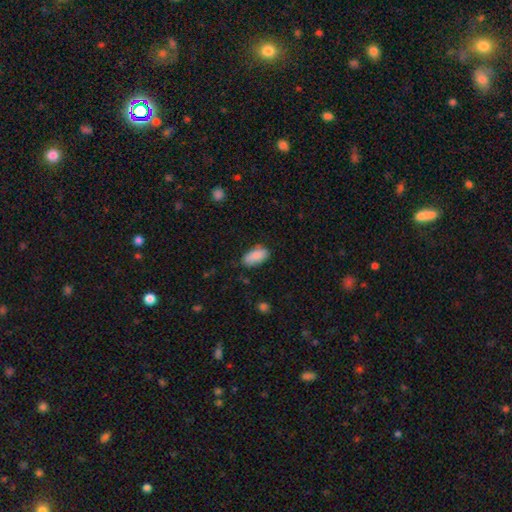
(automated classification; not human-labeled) This appears to be a smooth galaxy with no disk features (89%) that is in between round and cigar-shaped (92%). Merging: none (77%).